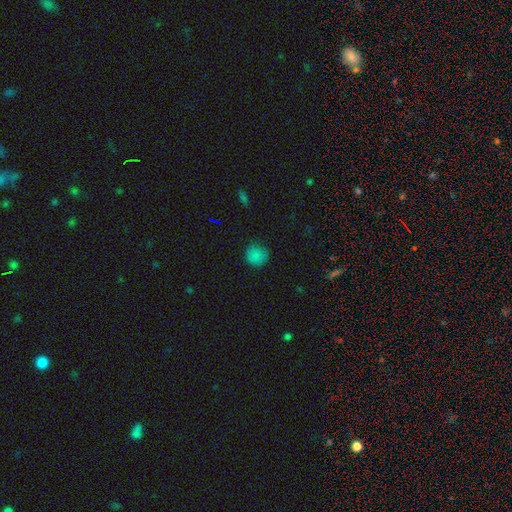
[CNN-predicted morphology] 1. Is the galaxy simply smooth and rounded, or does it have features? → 81% smooth, 14% star or artifact, 4% featured or disk.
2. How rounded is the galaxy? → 92% round, 7% in between, 1% cigar-shaped.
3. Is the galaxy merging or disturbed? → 81% none, 15% minor disturbance, 3% major disturbance, 1% merger.